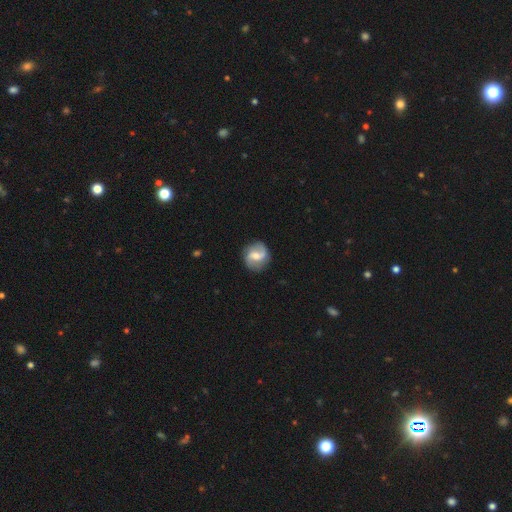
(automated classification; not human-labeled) This appears to be a featured or disk galaxy (74%) with a weak bar (51%), 2 (89%) loose (49%) spiral arms (92%) and a moderate central bulge (59%). Merging: none (84%).